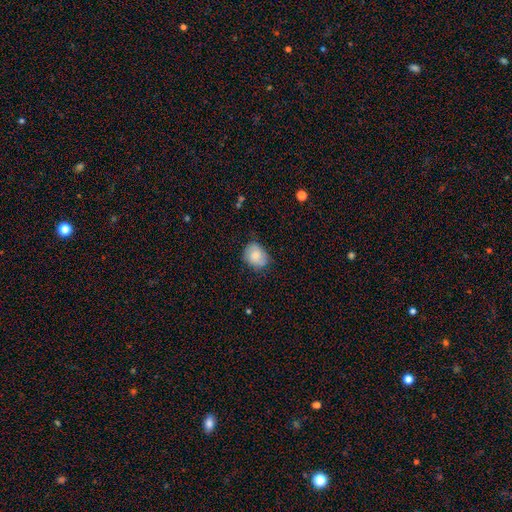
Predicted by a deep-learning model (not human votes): smooth_or_featured: smooth (p=0.73) [alt: featured or disk p=0.19]
how_rounded: in between (p=0.50) [alt: round p=0.49]
merging: none (p=0.65) [alt: minor disturbance p=0.28]